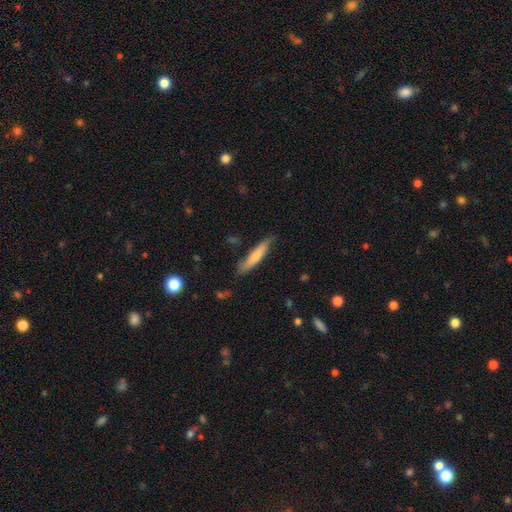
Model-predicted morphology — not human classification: Smooth or featured? smooth (72%)
How rounded? cigar-shaped (87%)
Merging? none (79%)